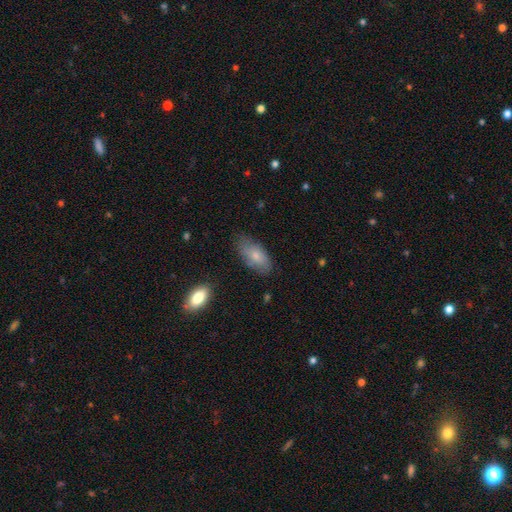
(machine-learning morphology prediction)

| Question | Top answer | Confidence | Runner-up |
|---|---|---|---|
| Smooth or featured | smooth | 75% | featured or disk (19%) |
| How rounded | in between | 92% | cigar-shaped (6%) |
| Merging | none | 71% | minor disturbance (23%) |